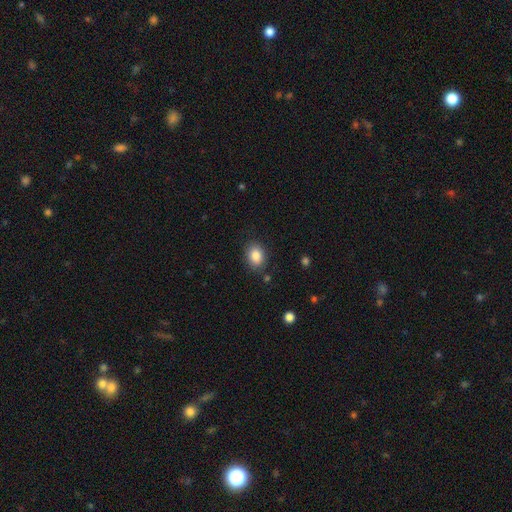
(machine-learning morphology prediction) Smooth or featured: smooth — 87% (star or artifact — 8%)
How rounded: in between — 65% (round — 34%)
Merging: none — 84% (minor disturbance — 11%)